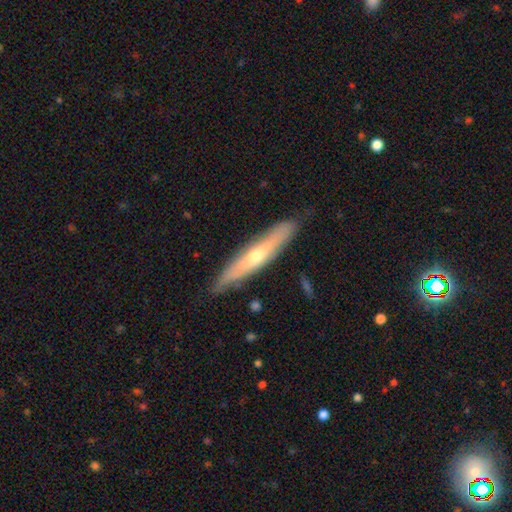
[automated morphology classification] smooth-or-featured: featured or disk: 53% | smooth: 41% | star or artifact: 6%
  disk-edge-on: yes: 82% | no: 18%
  merging: none: 82% | minor disturbance: 14% | major disturbance: 3% | merger: 1%